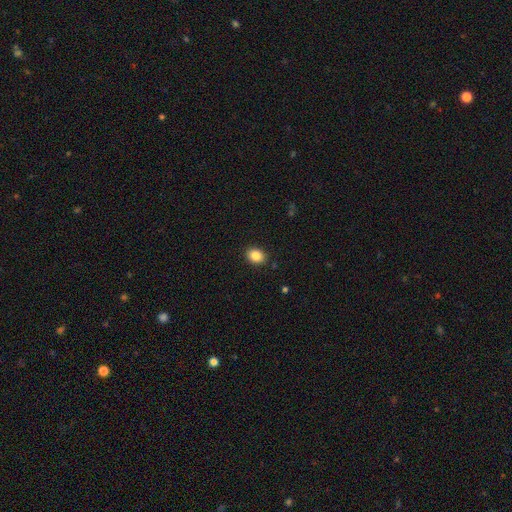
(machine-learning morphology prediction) Overall: smooth (86%). How rounded: in between (56%; round 43%). Merging: none (90%).